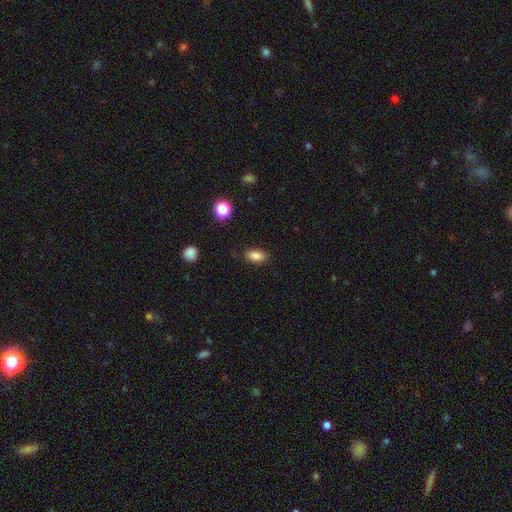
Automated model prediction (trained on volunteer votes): This appears to be a smooth galaxy with no disk features (85%) that is in between round and cigar-shaped (88%). Merging: none (84%).